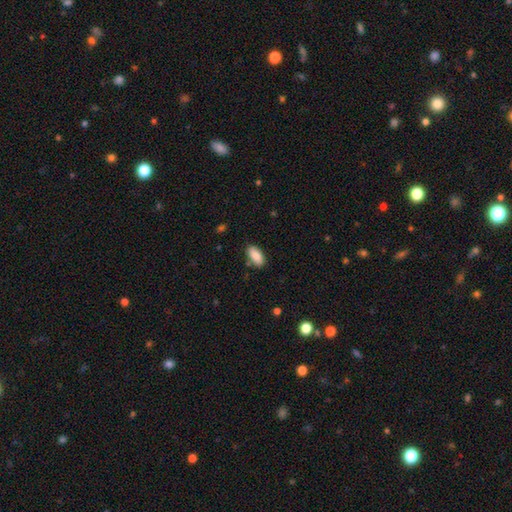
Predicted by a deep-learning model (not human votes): Morphology: type=smooth (85%); roundness=in between (91%); merging=none (83%).